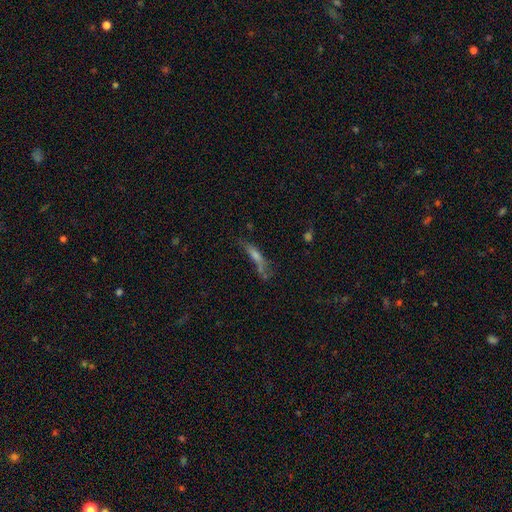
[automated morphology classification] smooth_or_featured: smooth (p=0.45) [alt: featured or disk p=0.38]
merging: none (p=0.47) [alt: minor disturbance p=0.22]